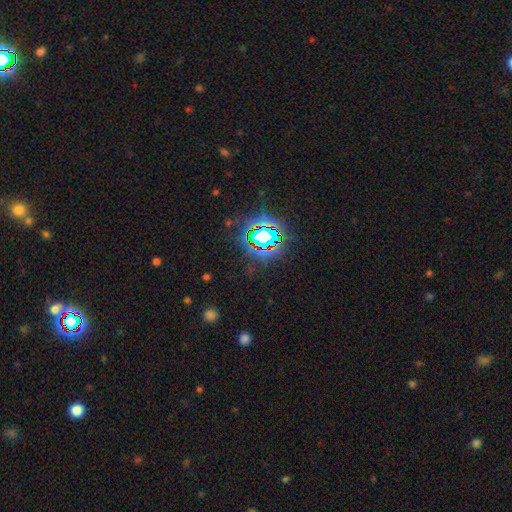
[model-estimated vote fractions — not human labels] smooth-or-featured: star or artifact: 82% | smooth: 10% | featured or disk: 8%